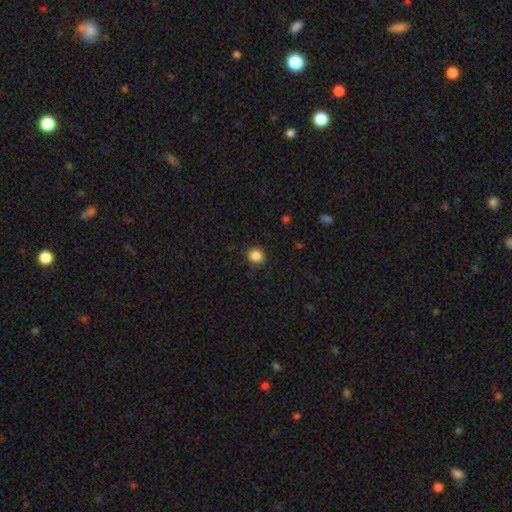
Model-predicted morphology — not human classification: A smooth galaxy with no disk features (86%) that is round (87%).

Vote fractions:
- Smooth or featured? smooth: 86% / star or artifact: 11% / featured or disk: 3%
- How rounded? round: 87% / in between: 12% / cigar-shaped: 1%
- Merging? none: 86% / minor disturbance: 10% / major disturbance: 3% / merger: 1%